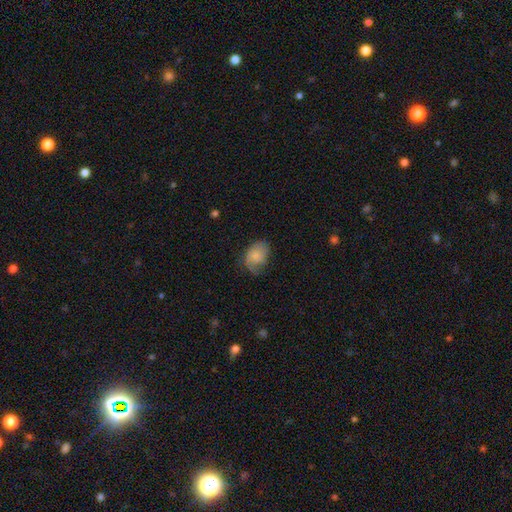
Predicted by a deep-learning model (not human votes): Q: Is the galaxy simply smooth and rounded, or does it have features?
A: smooth — 68%.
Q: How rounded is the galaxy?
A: in between — 75%.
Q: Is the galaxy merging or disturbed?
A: none — 50%.